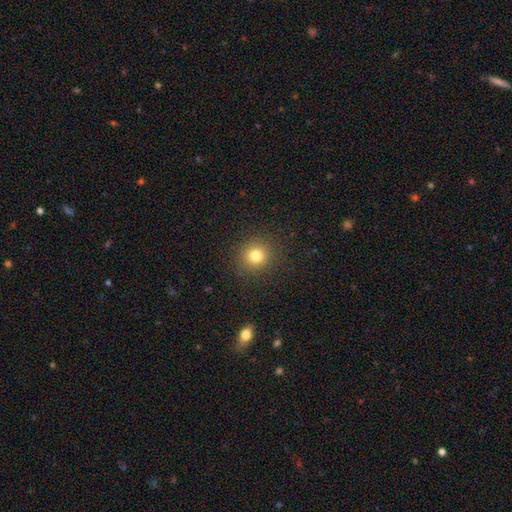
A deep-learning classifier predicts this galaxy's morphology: Smooth or featured: smooth — 79% (star or artifact — 14%)
How rounded: round — 92% (in between — 7%)
Merging: none — 89% (minor disturbance — 7%)